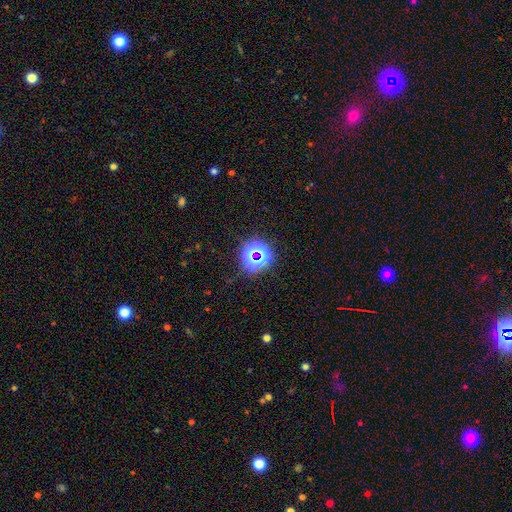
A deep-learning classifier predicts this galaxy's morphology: Overall: star or artifact (68%).